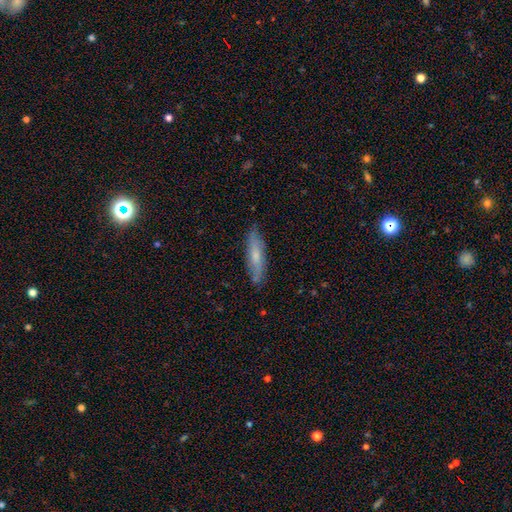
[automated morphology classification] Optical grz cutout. It shows a smooth galaxy with no disk features (57%) that is cigar-shaped (76%). Merging: none (84%).